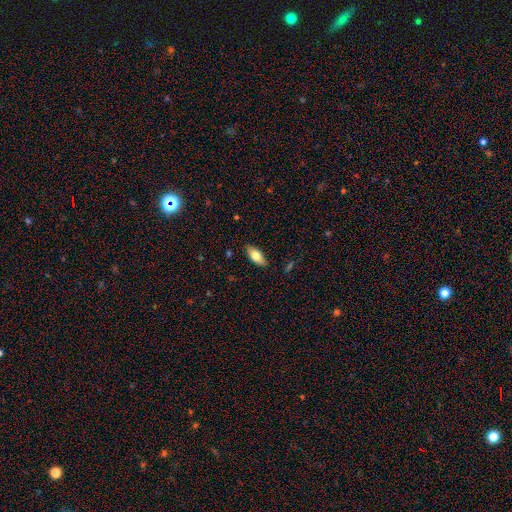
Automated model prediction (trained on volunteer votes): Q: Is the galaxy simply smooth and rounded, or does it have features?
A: smooth — 74%.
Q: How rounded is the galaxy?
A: in between — 84%.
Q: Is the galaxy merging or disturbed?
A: none — 87%.